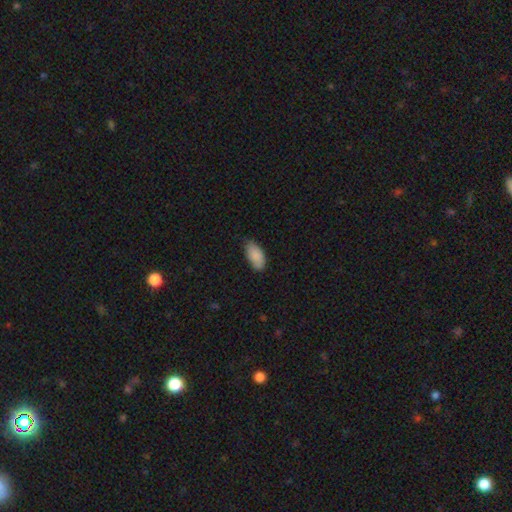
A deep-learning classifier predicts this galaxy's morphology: The model was most divided on "merging": none: 69%, minor disturbance: 26%, major disturbance: 4%, merger: 1%. More confident: how rounded — in between (94%); smooth or featured — smooth (88%).